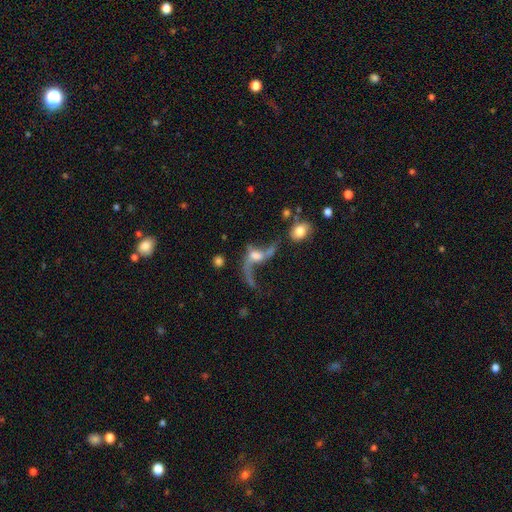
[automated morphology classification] A featured or disk galaxy (69%) with no bar (58%), 2 (70%) loose (92%) spiral arms (79%) and a moderate central bulge (43%). Merging: major disturbance (35%).